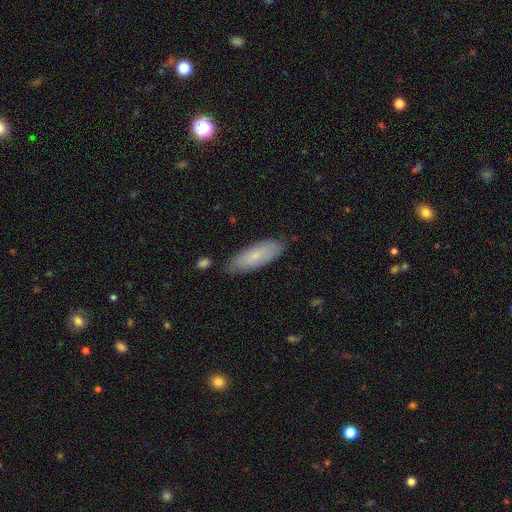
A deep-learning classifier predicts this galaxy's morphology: Overall: smooth (75%). How rounded: in between (64%; cigar-shaped 34%). Merging: none (79%).